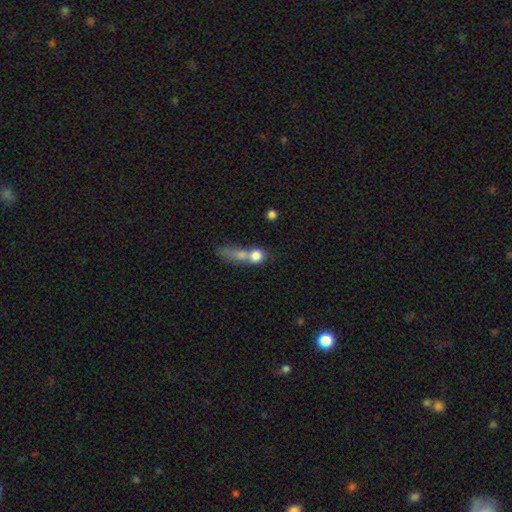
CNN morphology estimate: smooth 70%, featured or disk 19%, star or artifact 11%. Down the decision tree: how rounded — round (54%); merging — merger (56%).